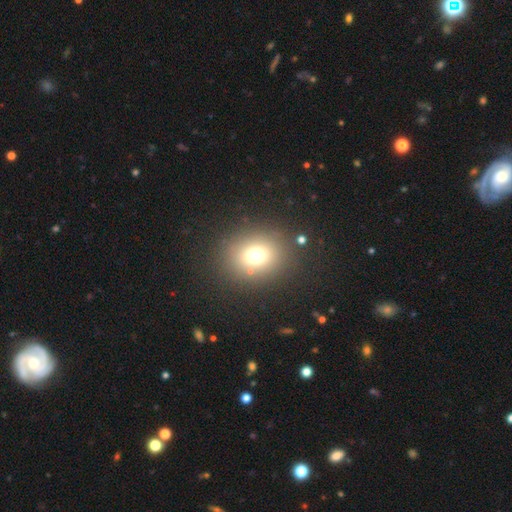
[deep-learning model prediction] Overall: smooth (70%). How rounded: round (70%). Merging: none (83%).